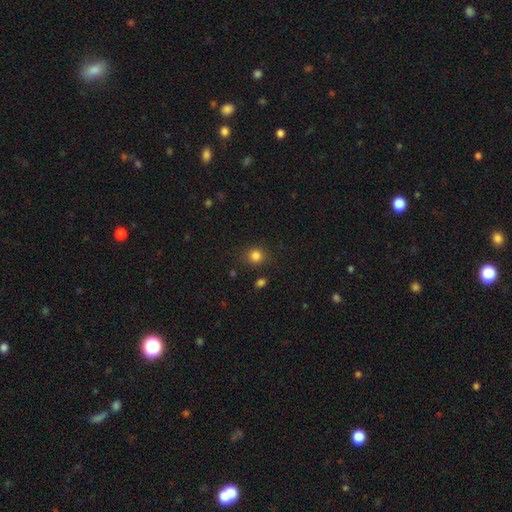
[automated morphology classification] A smooth galaxy with no disk features (83%) that is round (84%). Merging: none (83%).